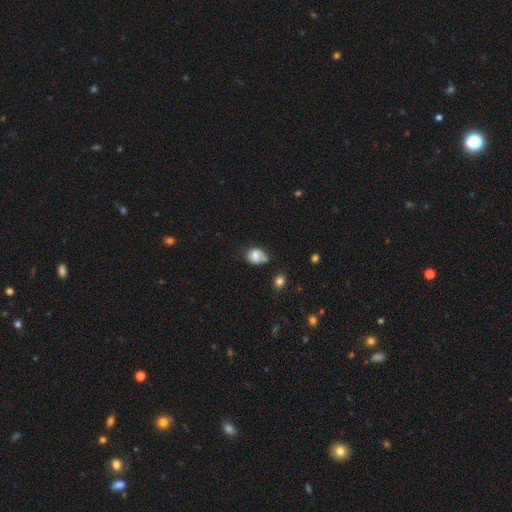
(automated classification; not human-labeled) smooth-or-featured: smooth: 75% | featured or disk: 15% | star or artifact: 10%
  how-rounded: round: 51% | in between: 48% | cigar-shaped: 1%
  merging: none: 41% | minor disturbance: 34% | merger: 13% | major disturbance: 12%